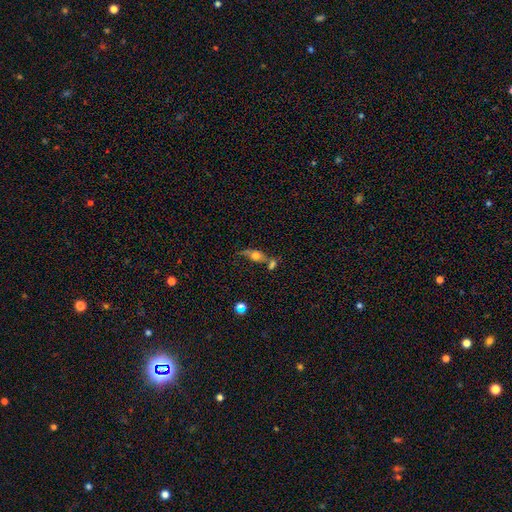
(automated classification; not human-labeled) Overall: smooth (55%; featured or disk 34%). How rounded: in between (68%). Merging: merger (37%; none 32%).